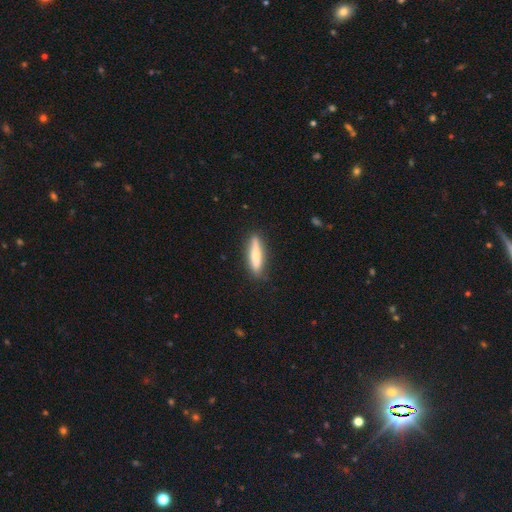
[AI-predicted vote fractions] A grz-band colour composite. It shows a smooth galaxy with no disk features (68%) that is cigar-shaped (85%). Merging: none (85%).